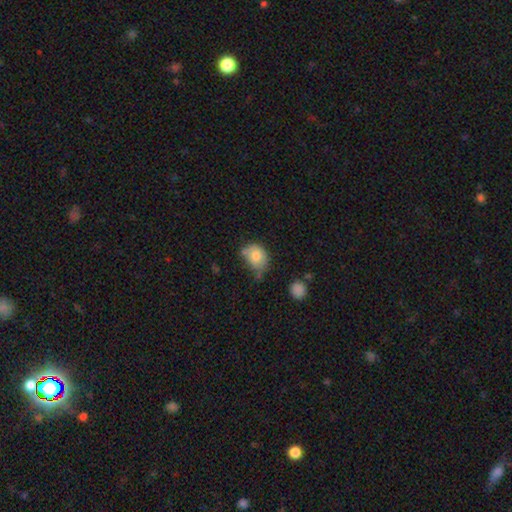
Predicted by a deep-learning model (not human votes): Smooth or featured?
  - smooth: 77% *
  - featured or disk: 15%
  - star or artifact: 9%
How rounded?
  - in between: 51% *
  - round: 48%
  - cigar-shaped: 1%
Merging?
  - none: 38% *
  - minor disturbance: 36%
  - major disturbance: 14%
  - merger: 12%